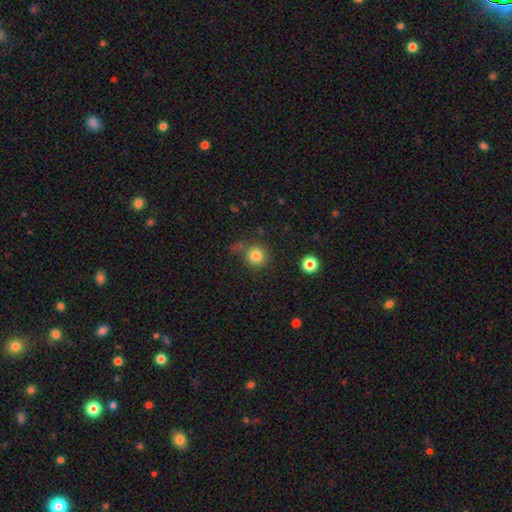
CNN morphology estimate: This appears to be a smooth galaxy with no disk features (82%) that is round (93%). Merging: none (76%).